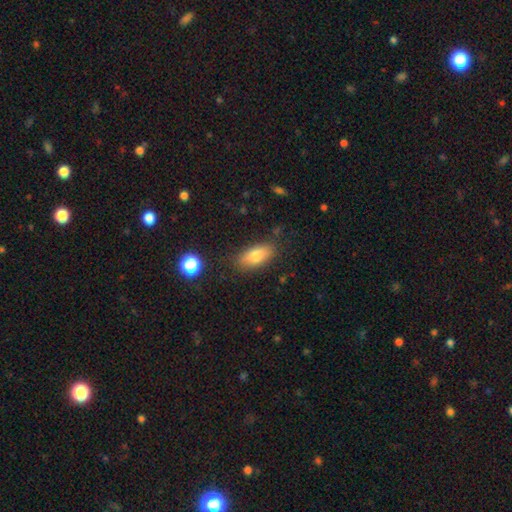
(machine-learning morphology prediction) smooth 78%, featured or disk 14%, star or artifact 8%. Down the decision tree: how rounded — in between (84%); merging — none (83%).